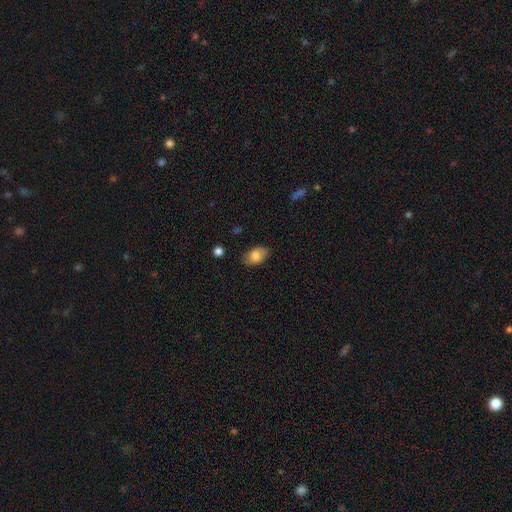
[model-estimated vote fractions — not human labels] This is clearly a smooth galaxy (82%). How rounded: clearly in between (89%). Merging: clearly none (81%).